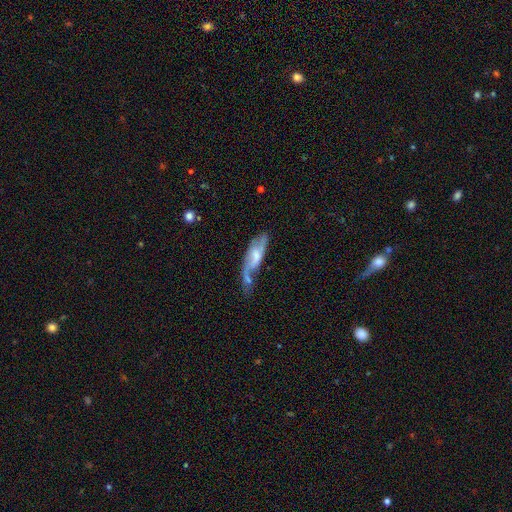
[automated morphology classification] Smooth or featured? featured or disk (57%)
Edge-on disk? no (71%)
Merging? none (34%)